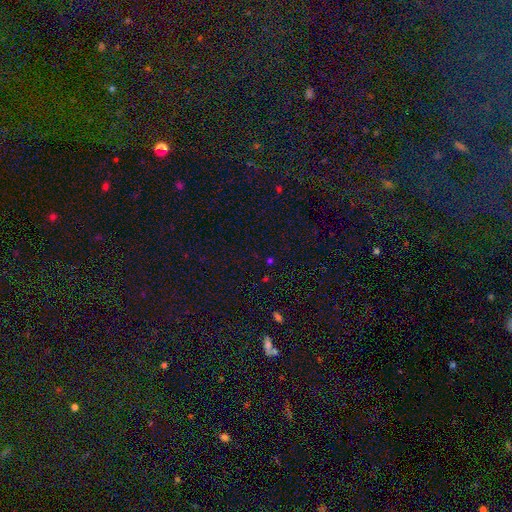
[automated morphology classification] Smooth or featured?
  - star or artifact: 61% *
  - smooth: 33%
  - featured or disk: 7%